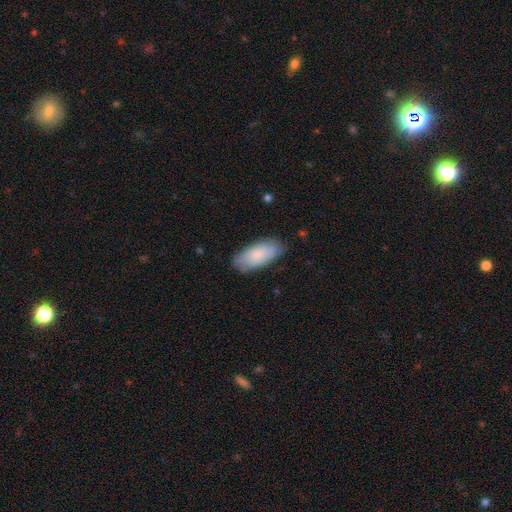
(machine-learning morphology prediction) The model was most divided on "merging": none: 81%, minor disturbance: 15%, major disturbance: 3%, merger: 1%. More confident: how rounded — in between (89%); smooth or featured — smooth (82%).